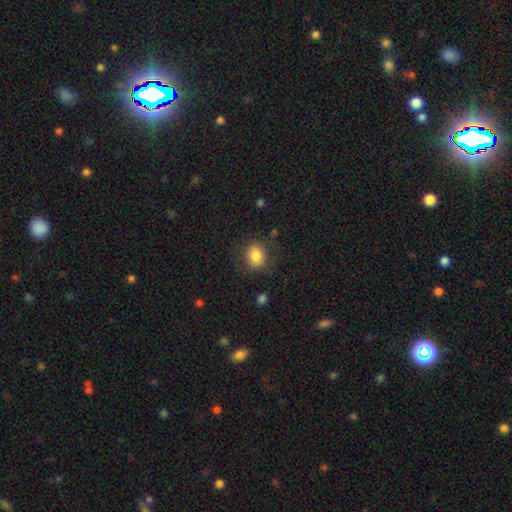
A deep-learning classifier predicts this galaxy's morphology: The model was most divided on "how rounded": round: 54%, in between: 45%, cigar-shaped: 1%. More confident: smooth or featured — smooth (82%); merging — none (78%).